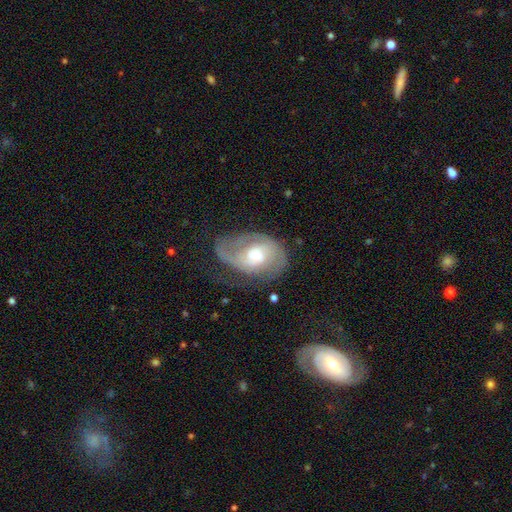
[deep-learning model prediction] A featured or disk galaxy (78%) with no bar (64%), 2 (59%) medium (41%) spiral arms (90%) and a moderate central bulge (53%). Merging: none (50%).